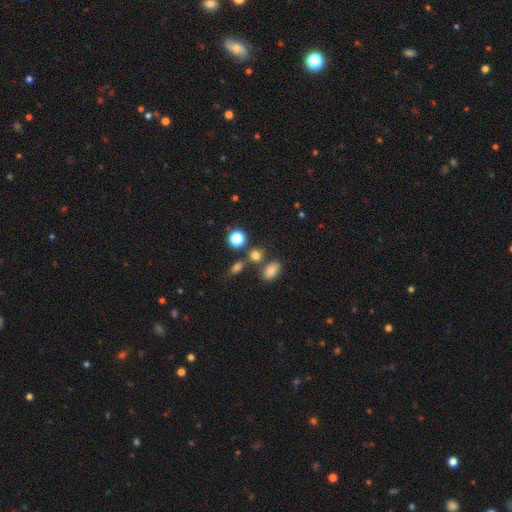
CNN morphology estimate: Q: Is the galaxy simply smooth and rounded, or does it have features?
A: smooth — 75%.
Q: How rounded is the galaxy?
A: round — 51%.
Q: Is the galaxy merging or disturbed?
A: none — 65%.